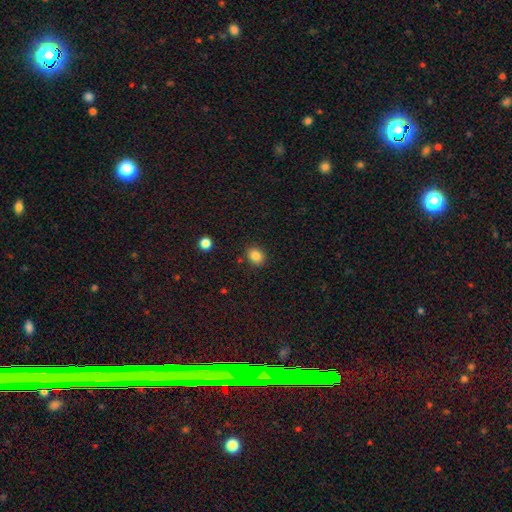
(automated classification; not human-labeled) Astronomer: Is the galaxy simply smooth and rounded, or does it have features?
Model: smooth — 85%.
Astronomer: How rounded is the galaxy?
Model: round — 56% (runner-up: in between, 43%).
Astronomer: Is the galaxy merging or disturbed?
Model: none — 85%.